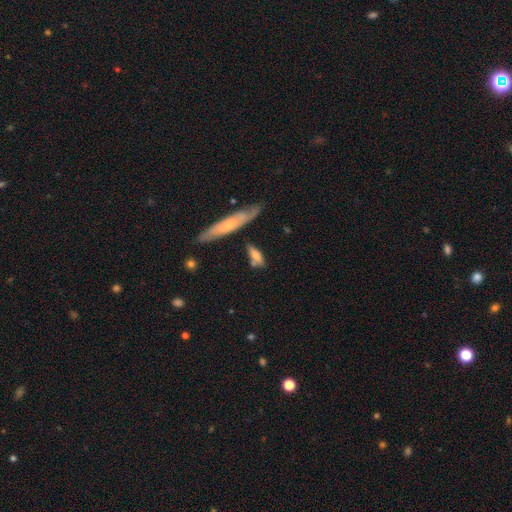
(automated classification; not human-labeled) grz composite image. It shows a smooth galaxy with no disk features (65%) that is cigar-shaped (51%). Merging: none (60%).